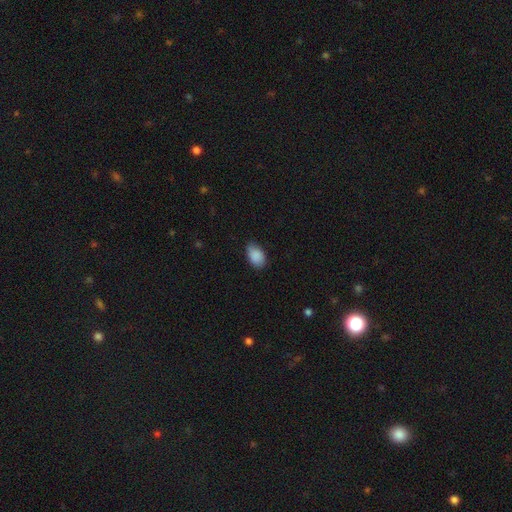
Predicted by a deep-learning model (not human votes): Smooth or featured? smooth (89%)
How rounded? in between (88%)
Merging? none (75%)